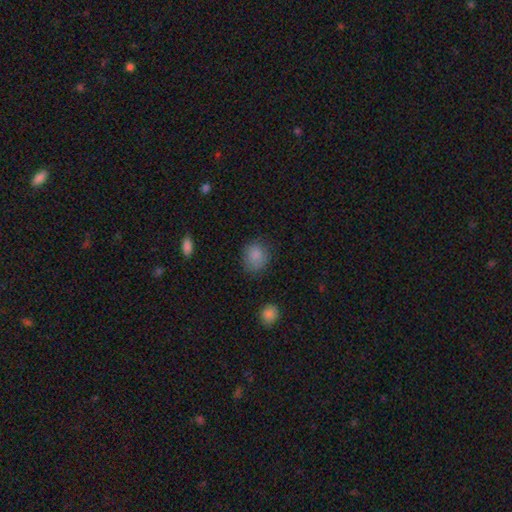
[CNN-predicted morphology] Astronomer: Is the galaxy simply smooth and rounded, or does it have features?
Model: smooth — 85%.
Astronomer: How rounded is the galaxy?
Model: round — 72%.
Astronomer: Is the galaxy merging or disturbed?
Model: none — 76%.